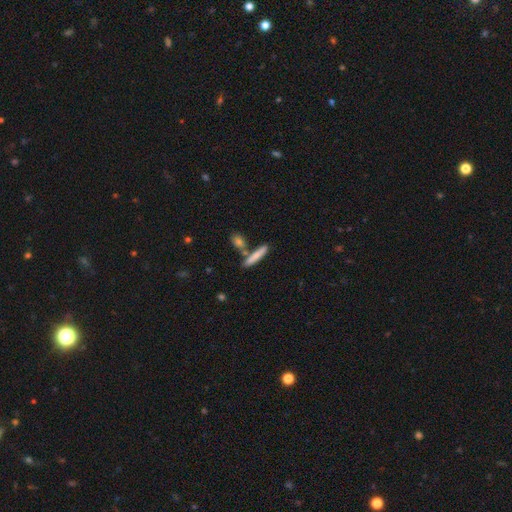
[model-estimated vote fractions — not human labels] This appears to be a smooth galaxy with no disk features (74%) that is cigar-shaped (87%). Merging: none (71%).